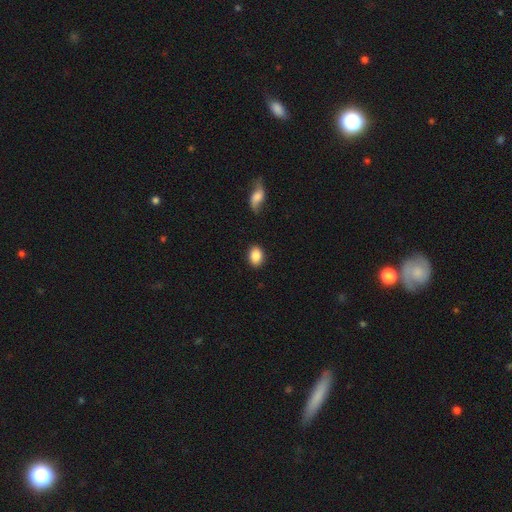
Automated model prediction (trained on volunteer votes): Q: Smooth or featured?
A: smooth (87%); runner-up: star or artifact (8%)
Q: How rounded?
A: in between (67%); runner-up: round (32%)
Q: Merging?
A: none (86%); runner-up: minor disturbance (9%)